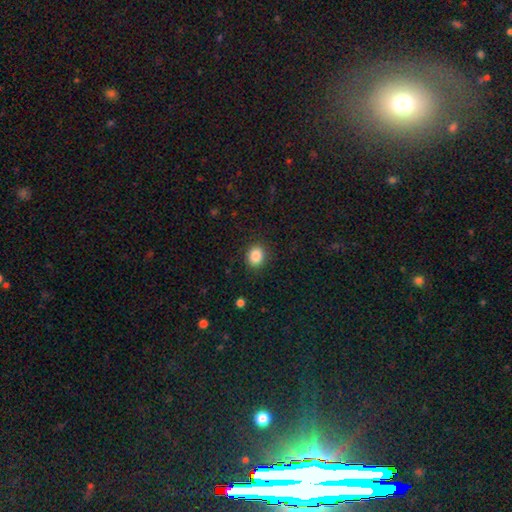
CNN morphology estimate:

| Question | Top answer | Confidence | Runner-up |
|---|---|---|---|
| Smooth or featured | smooth | 87% | star or artifact (9%) |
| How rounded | round | 50% | in between (49%) |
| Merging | none | 88% | minor disturbance (8%) |